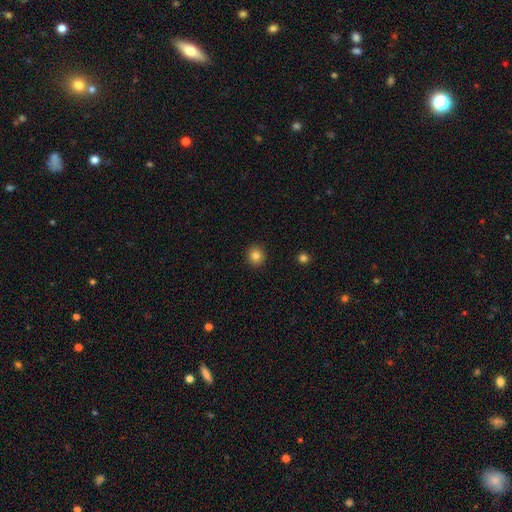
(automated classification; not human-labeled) Smooth or featured? Predicted: smooth (p=0.83). How rounded? Predicted: round (p=0.91). Merging? Predicted: none (p=0.92).